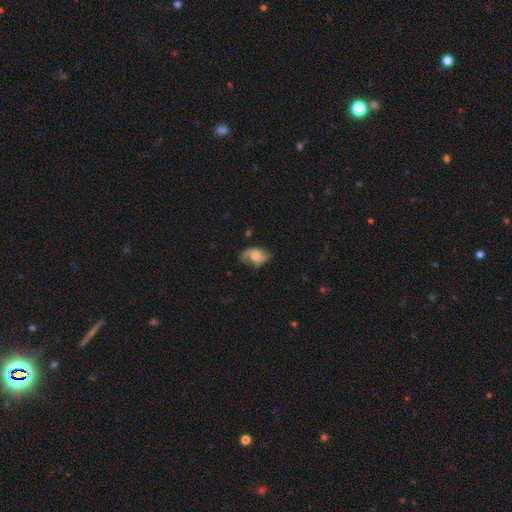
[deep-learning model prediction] This is likely a smooth galaxy (69%). How rounded: clearly in between (87%). Merging: possibly none (50%).